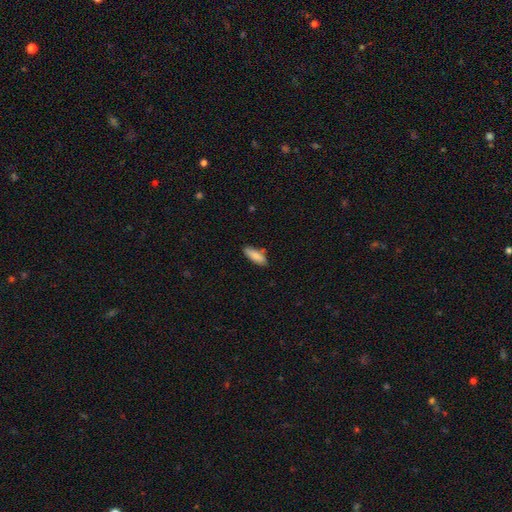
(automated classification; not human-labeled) This appears to be a smooth galaxy with no disk features (84%) that is in between round and cigar-shaped (64%). Merging: none (77%).